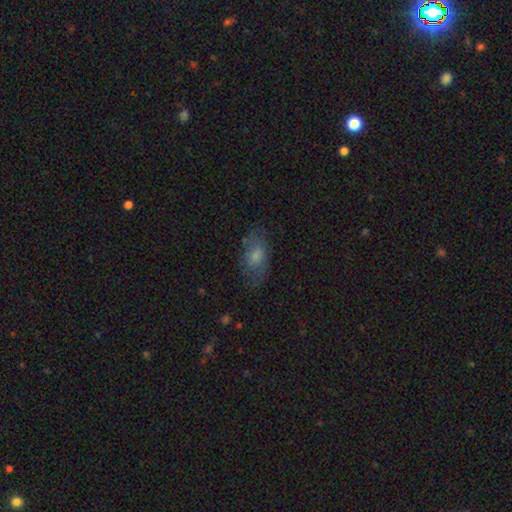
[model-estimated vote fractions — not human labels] Overall: smooth (64%; featured or disk 26%). How rounded: in between (88%). Merging: none (69%).